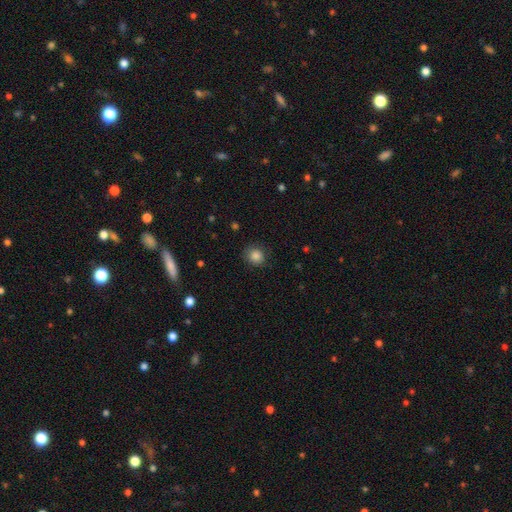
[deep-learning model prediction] The model was most divided on "merging": none: 84%, minor disturbance: 12%, major disturbance: 3%, merger: 1%. More confident: how rounded — round (87%); smooth or featured — smooth (86%).